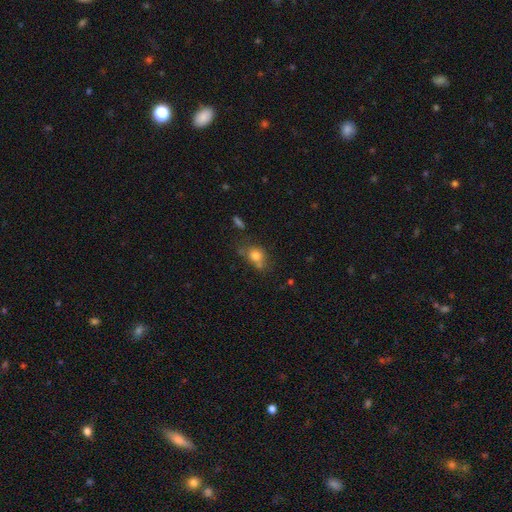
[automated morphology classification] Smooth or featured? smooth (76%)
How rounded? round (58%)
Merging? none (48%)